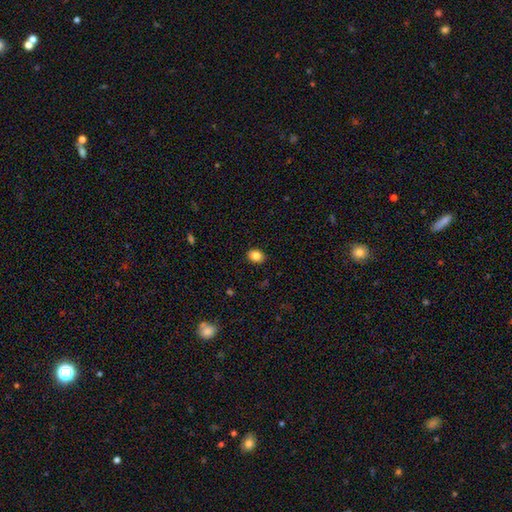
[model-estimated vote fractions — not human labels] Overall: smooth (84%). How rounded: in between (62%; round 37%). Merging: none (89%).